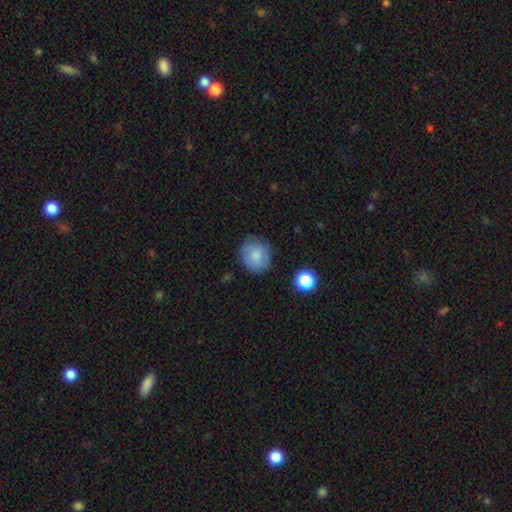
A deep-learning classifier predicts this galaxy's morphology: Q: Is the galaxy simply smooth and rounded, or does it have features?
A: smooth — 76%.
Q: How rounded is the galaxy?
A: round — 82%.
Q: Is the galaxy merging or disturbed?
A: none — 78%.